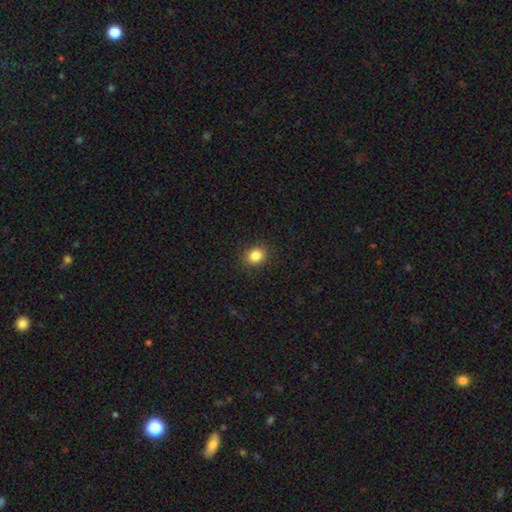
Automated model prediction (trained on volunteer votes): This appears to be a smooth galaxy with no disk features (85%) that is round (65%). Merging: none (89%).